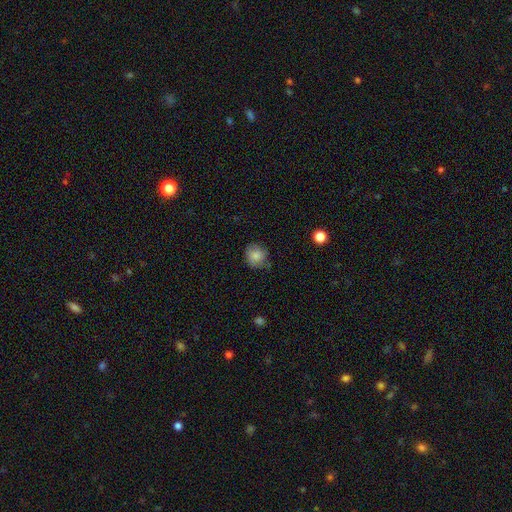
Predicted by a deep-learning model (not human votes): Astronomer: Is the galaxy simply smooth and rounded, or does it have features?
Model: smooth — 83%.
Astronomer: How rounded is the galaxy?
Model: round — 82%.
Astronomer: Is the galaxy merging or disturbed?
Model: none — 73%.